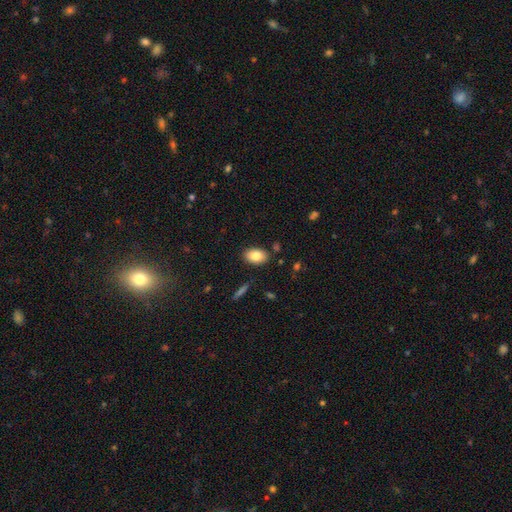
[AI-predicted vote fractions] smooth_or_featured: smooth (p=0.84) [alt: featured or disk p=0.09]
how_rounded: in between (p=0.90) [alt: round p=0.09]
merging: none (p=0.87) [alt: minor disturbance p=0.09]